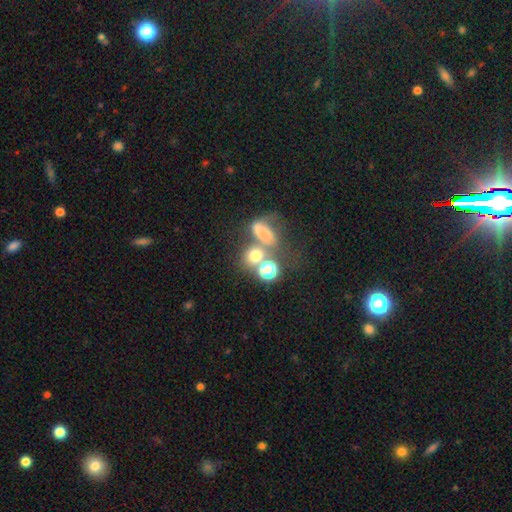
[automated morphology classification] This is likely a smooth galaxy (61%). How rounded: likely round (63%). Merging: marginally merger (43%).